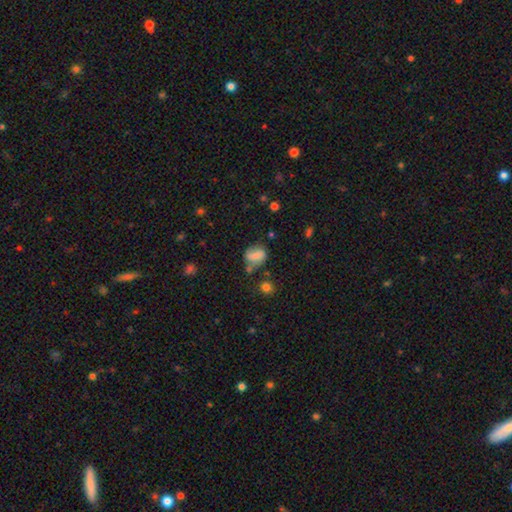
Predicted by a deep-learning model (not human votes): This appears to be a smooth galaxy with no disk features (68%) that is in between round and cigar-shaped (61%). Merging: none (51%).